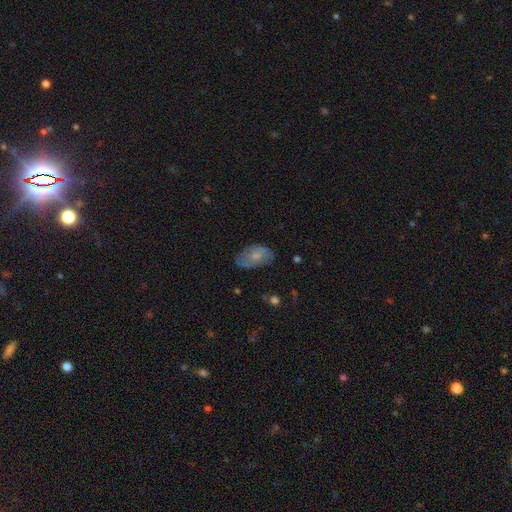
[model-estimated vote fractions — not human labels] smooth-or-featured: smooth: 55% | featured or disk: 37% | star or artifact: 8%
  how-rounded: in between: 91% | round: 7% | cigar-shaped: 2%
  merging: none: 68% | minor disturbance: 23% | major disturbance: 7% | merger: 2%